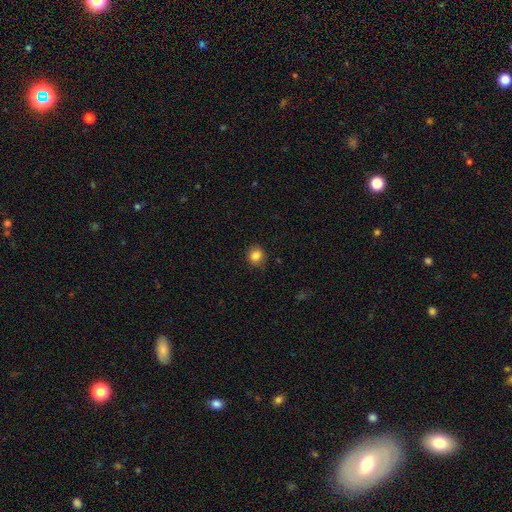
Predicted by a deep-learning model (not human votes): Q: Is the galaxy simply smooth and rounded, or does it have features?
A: smooth — 85%.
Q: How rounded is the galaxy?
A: round — 84%.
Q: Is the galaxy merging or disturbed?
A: none — 86%.